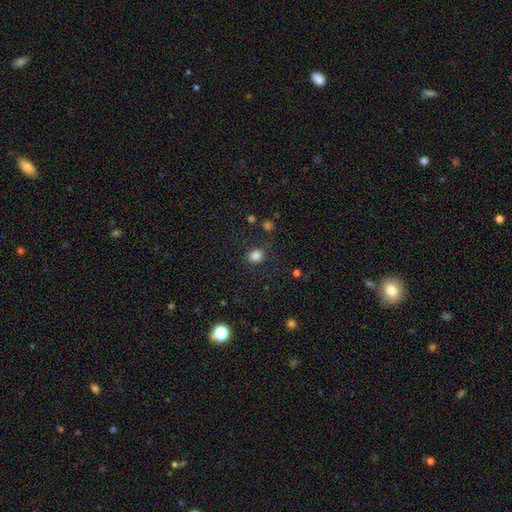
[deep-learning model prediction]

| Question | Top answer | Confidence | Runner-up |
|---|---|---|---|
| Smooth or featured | smooth | 83% | star or artifact (13%) |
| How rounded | round | 80% | in between (19%) |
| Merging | none | 84% | minor disturbance (10%) |